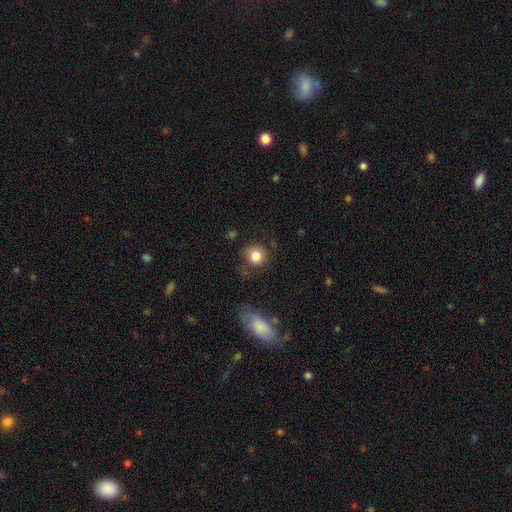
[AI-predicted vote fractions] Morphology: type=smooth (83%); roundness=round (88%); merging=none (76%).